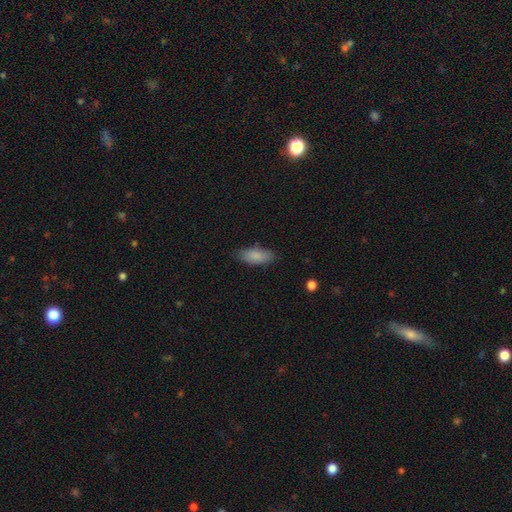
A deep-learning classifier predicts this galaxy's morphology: Smooth or featured: smooth — 86% (featured or disk — 7%)
How rounded: in between — 81% (cigar-shaped — 17%)
Merging: none — 81% (minor disturbance — 15%)